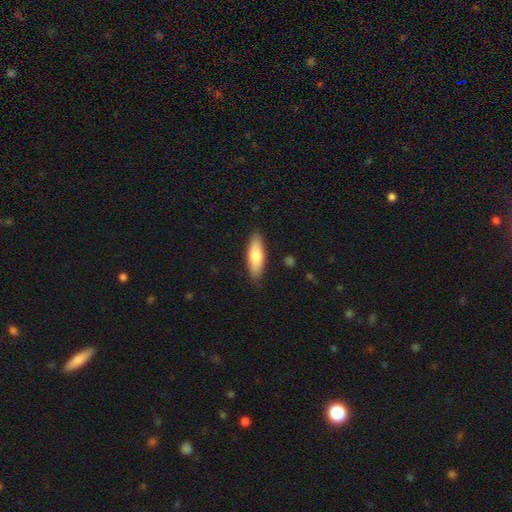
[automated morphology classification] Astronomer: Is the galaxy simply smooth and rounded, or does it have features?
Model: smooth — 73%.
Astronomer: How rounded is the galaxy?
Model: in between — 53% (runner-up: cigar-shaped, 45%).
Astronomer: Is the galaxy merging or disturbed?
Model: none — 86%.